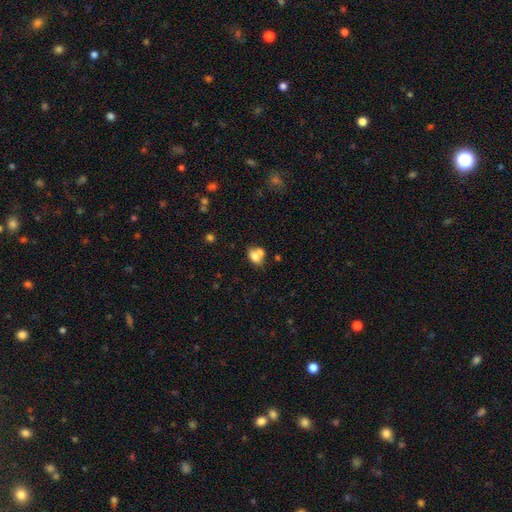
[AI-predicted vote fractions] Smooth or featured? Predicted: smooth (p=0.72). How rounded? Predicted: in between (p=0.63). Merging? Predicted: merger (p=0.51).